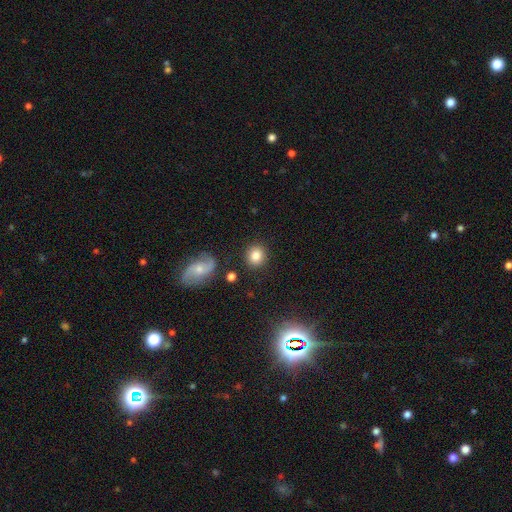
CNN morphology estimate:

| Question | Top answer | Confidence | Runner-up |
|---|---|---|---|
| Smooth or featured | smooth | 81% | star or artifact (10%) |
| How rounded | round | 81% | in between (18%) |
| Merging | none | 86% | minor disturbance (8%) |